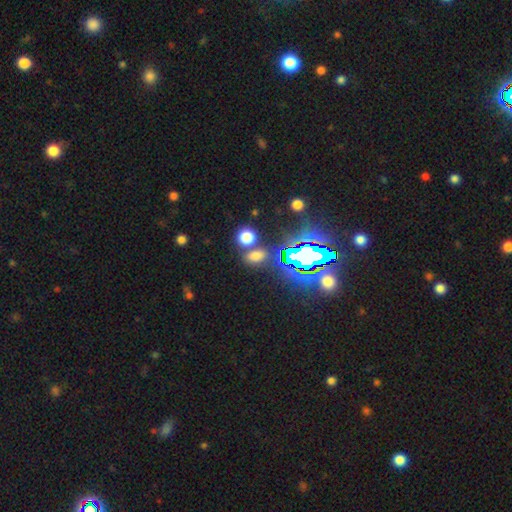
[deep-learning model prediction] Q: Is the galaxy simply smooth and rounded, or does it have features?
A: smooth — 58%.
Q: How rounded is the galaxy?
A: in between — 63%.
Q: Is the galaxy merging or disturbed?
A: none — 70%.